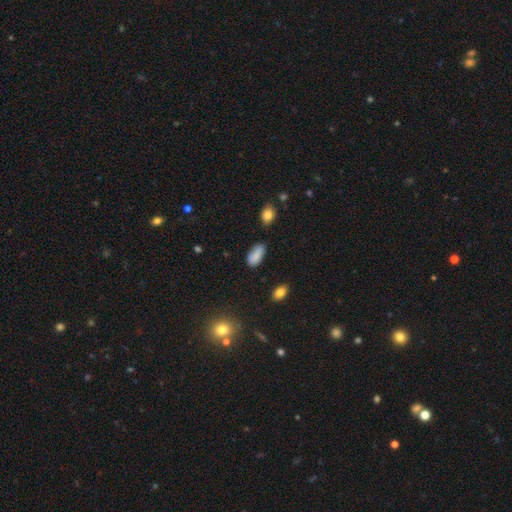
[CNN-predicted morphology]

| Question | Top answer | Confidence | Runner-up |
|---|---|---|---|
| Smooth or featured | smooth | 82% | star or artifact (9%) |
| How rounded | in between | 91% | cigar-shaped (7%) |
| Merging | none | 63% | minor disturbance (27%) |